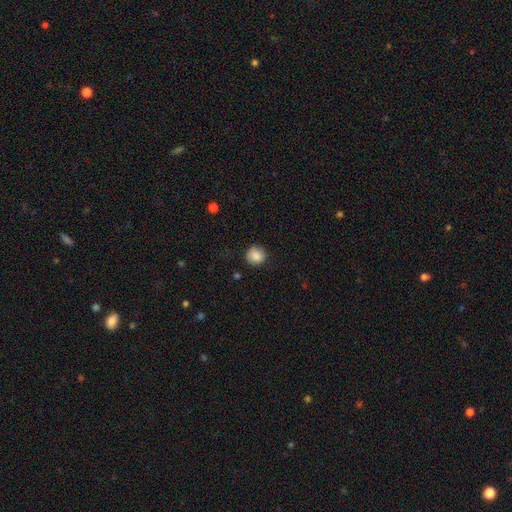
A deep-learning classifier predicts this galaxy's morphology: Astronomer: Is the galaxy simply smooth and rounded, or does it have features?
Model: smooth — 86%.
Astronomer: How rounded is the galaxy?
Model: round — 89%.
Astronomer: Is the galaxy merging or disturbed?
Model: none — 84%.